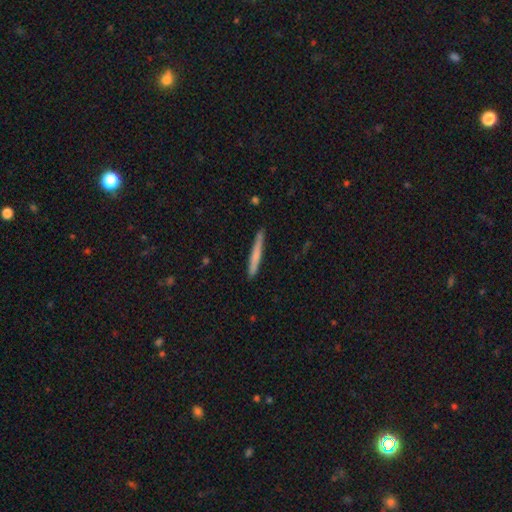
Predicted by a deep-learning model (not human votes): Smooth or featured: smooth — 66% (featured or disk — 29%)
How rounded: cigar-shaped — 96% (in between — 2%)
Merging: none — 89% (minor disturbance — 9%)